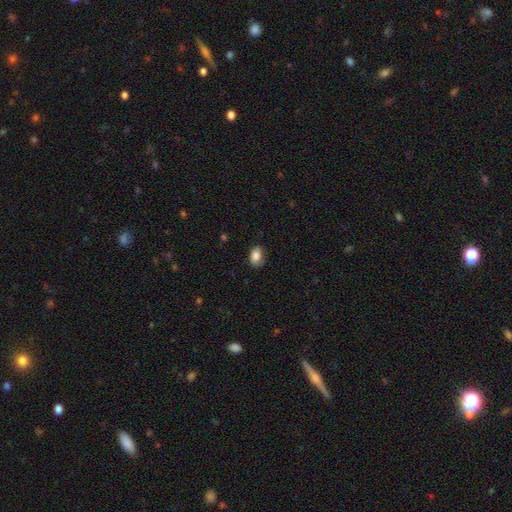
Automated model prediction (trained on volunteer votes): Morphology: type=smooth (86%); roundness=in between (85%); merging=none (79%).